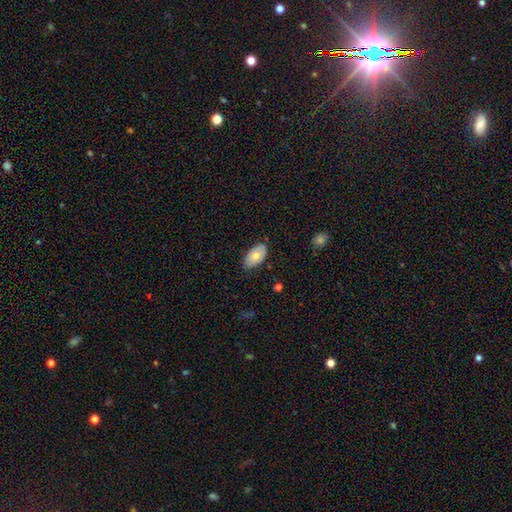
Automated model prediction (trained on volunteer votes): A smooth galaxy with no disk features (69%) that is in between round and cigar-shaped (94%). Merging: none (77%).